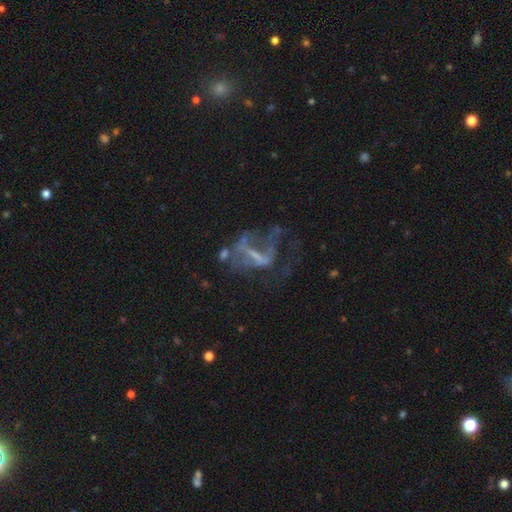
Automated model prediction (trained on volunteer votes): smooth-or-featured: featured or disk: 66% | star or artifact: 19% | smooth: 16%
  disk-edge-on: no: 93% | yes: 7%
    bar: no: 38% | weak: 32% | strong: 30%
    has-spiral-arms: no: 62% | yes: 38%
    bulge-size: none: 50% | small: 32% | moderate: 14% | large: 2% | dominant: 1%
  merging: major disturbance: 46% | none: 31% | minor disturbance: 14% | merger: 9%